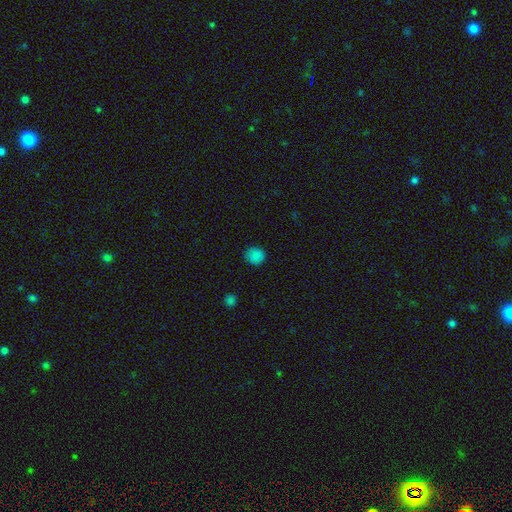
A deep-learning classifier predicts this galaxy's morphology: Smooth or featured? Predicted: smooth (p=0.84). How rounded? Predicted: round (p=0.87). Merging? Predicted: none (p=0.87).